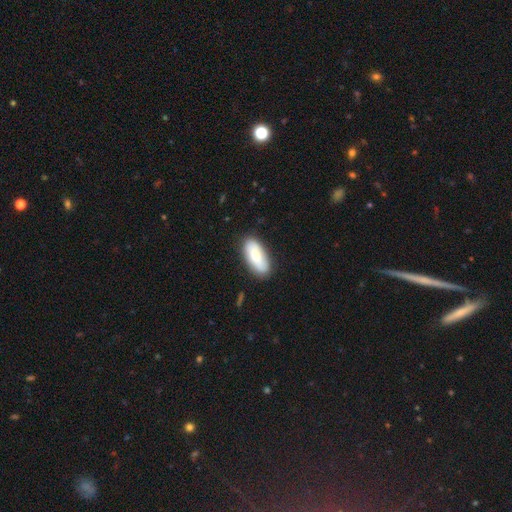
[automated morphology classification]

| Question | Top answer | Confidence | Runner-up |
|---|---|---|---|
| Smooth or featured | smooth | 75% | featured or disk (20%) |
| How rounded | in between | 84% | cigar-shaped (13%) |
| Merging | none | 83% | minor disturbance (13%) |